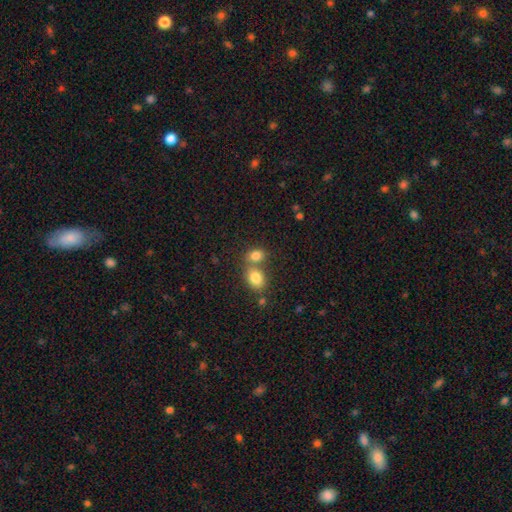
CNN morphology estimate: smooth_or_featured: smooth (p=0.81) [alt: star or artifact p=0.11]
how_rounded: in between (p=0.59) [alt: round p=0.40]
merging: merger (p=0.48) [alt: none p=0.41]